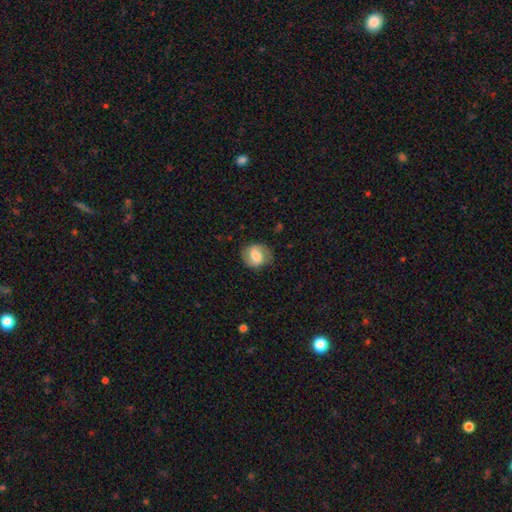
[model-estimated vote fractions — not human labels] The model was most divided on "smooth or featured": smooth: 53%, featured or disk: 39%, star or artifact: 8%. More confident: merging — none (78%); how rounded — round (67%).